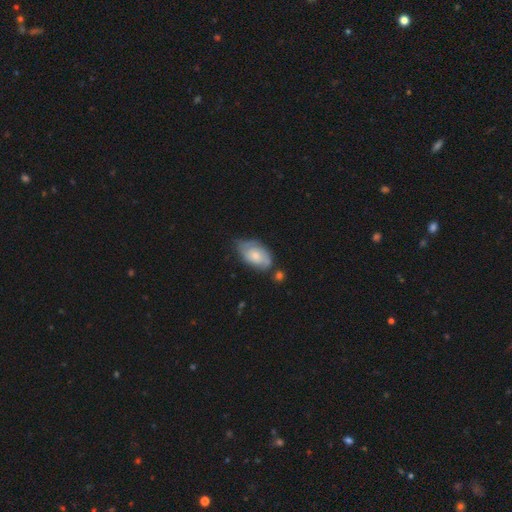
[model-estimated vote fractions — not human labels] Smooth or featured? Predicted: featured or disk (p=0.55). Edge-on disk? Predicted: no (p=0.94). Bar? Predicted: no (p=0.75). Spiral arms? Predicted: yes (p=0.79). Bulge size? Predicted: moderate (p=0.47). Merging? Predicted: none (p=0.52).